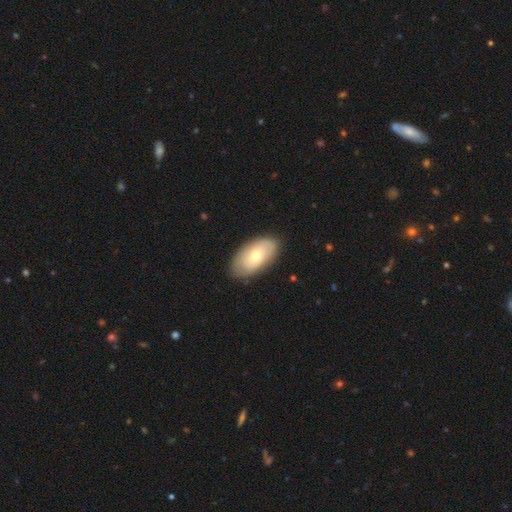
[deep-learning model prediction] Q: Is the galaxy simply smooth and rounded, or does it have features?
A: smooth — 56%.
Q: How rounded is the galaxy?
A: in between — 94%.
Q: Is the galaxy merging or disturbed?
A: none — 84%.